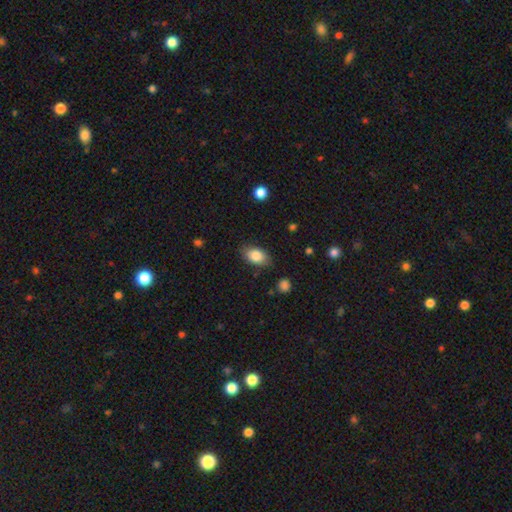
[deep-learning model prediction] Q: Smooth or featured?
A: smooth (84%); runner-up: featured or disk (9%)
Q: How rounded?
A: in between (88%); runner-up: round (10%)
Q: Merging?
A: none (82%); runner-up: minor disturbance (13%)